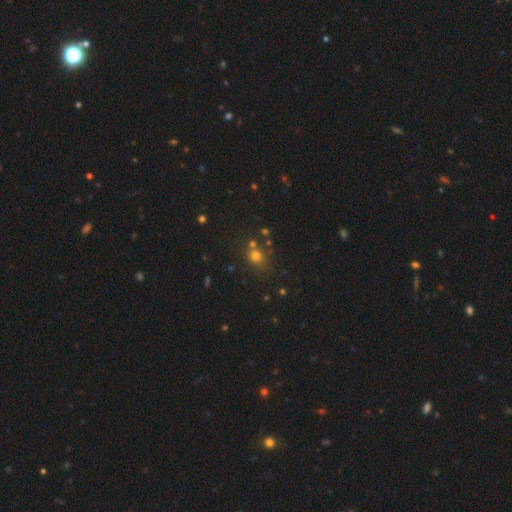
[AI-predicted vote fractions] smooth-or-featured: smooth: 70% | star or artifact: 22% | featured or disk: 9%
  how-rounded: round: 76% | in between: 23% | cigar-shaped: 1%
  merging: none: 68% | merger: 16% | minor disturbance: 12% | major disturbance: 5%